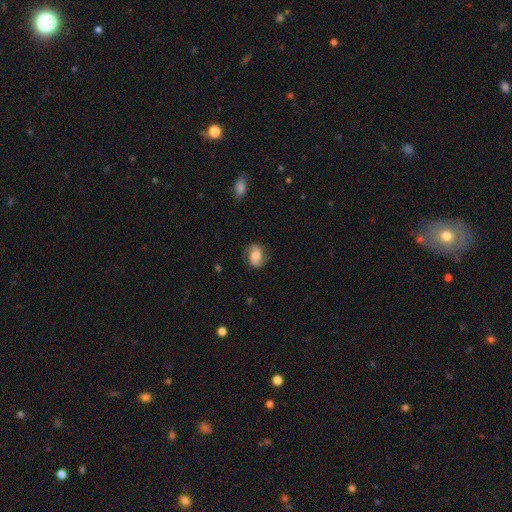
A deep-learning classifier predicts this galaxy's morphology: smooth_or_featured: featured or disk (p=0.48) [alt: smooth p=0.43]
merging: none (p=0.76) [alt: minor disturbance p=0.17]